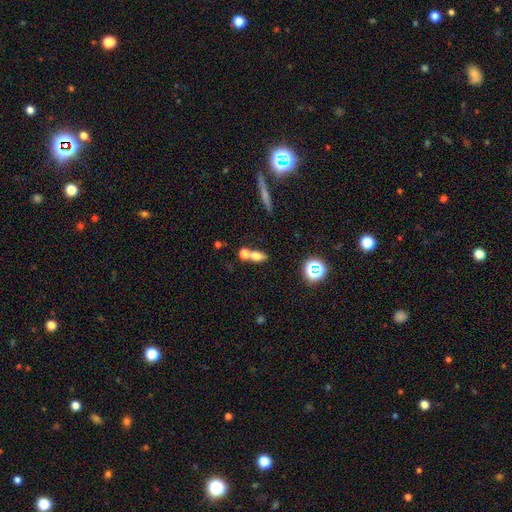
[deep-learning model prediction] A smooth galaxy with no disk features (69%) that is in between round and cigar-shaped (66%). Merging: merger (48%).